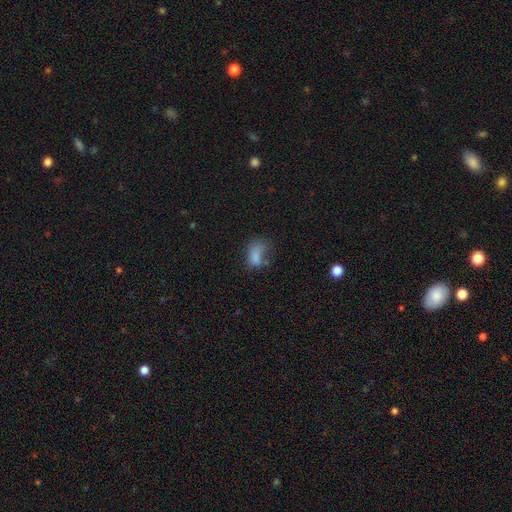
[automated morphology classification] type=smooth (74%); roundness=in between (87%); merging=major disturbance (36%).